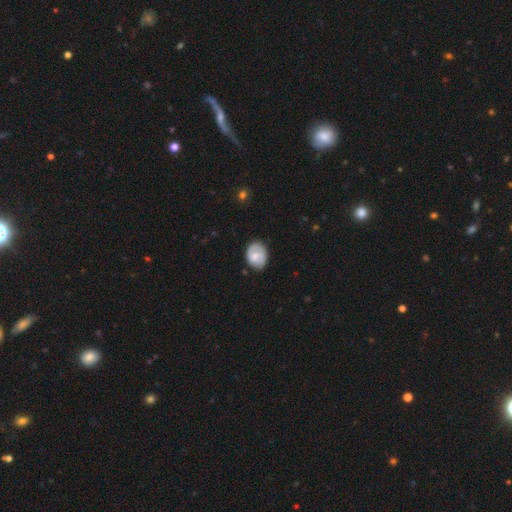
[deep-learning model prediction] Q: Smooth or featured?
A: smooth (65%); runner-up: featured or disk (29%)
Q: How rounded?
A: in between (61%); runner-up: round (38%)
Q: Merging?
A: none (70%); runner-up: minor disturbance (23%)